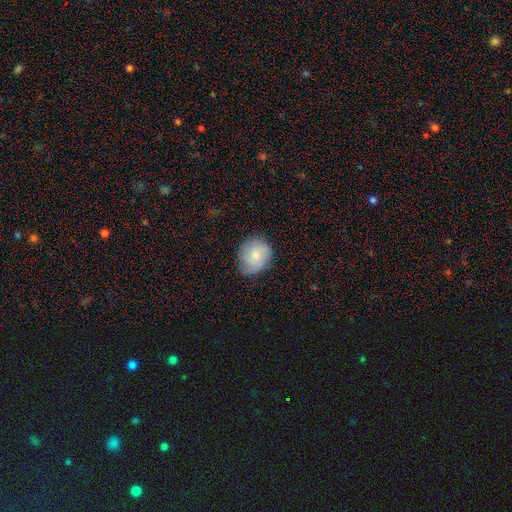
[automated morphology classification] This appears to be a smooth galaxy with no disk features (68%) that is round (68%). Merging: none (73%).